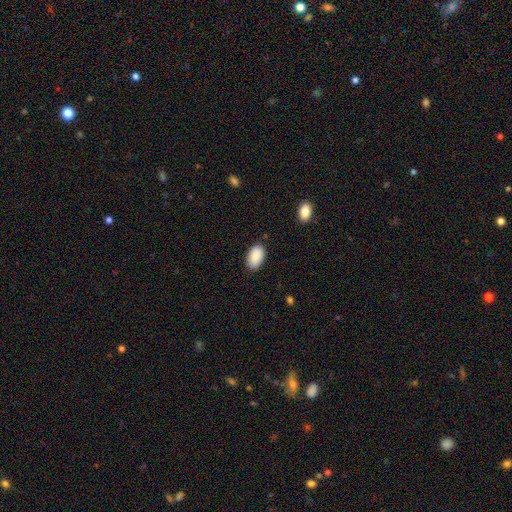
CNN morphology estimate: This is clearly a smooth galaxy (90%). How rounded: clearly in between (94%). Merging: clearly none (84%).